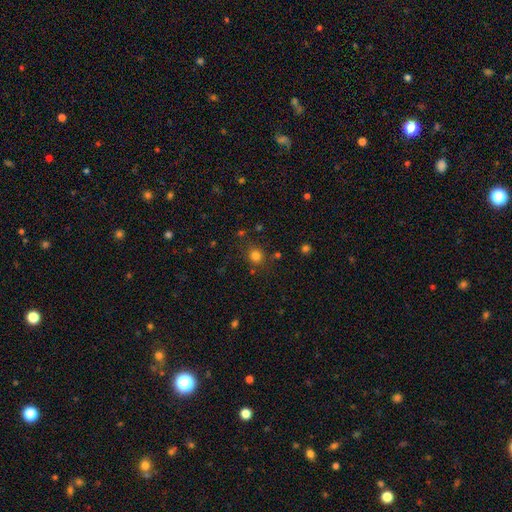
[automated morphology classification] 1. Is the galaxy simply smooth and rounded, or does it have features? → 79% smooth, 15% star or artifact, 5% featured or disk.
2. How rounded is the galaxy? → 85% round, 14% in between, 1% cigar-shaped.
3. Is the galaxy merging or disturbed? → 81% none, 10% minor disturbance, 4% merger, 4% major disturbance.